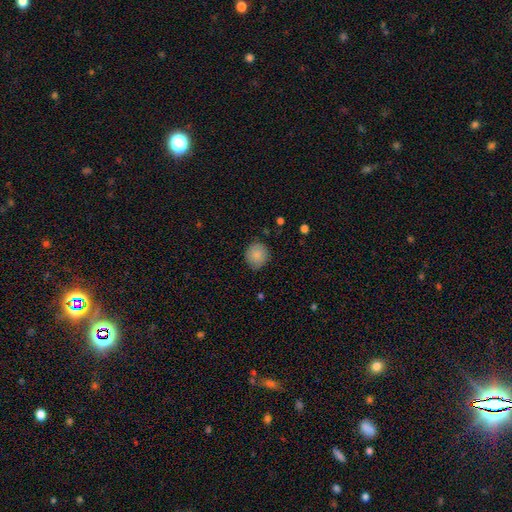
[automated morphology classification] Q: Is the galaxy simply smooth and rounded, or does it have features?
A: smooth — 86%.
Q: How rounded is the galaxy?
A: round — 87%.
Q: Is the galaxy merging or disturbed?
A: none — 85%.